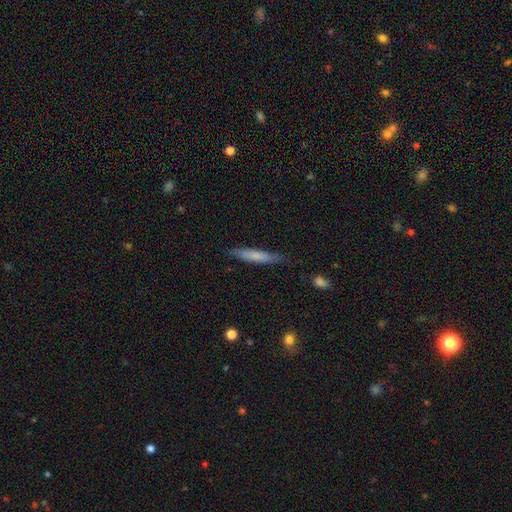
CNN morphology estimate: smooth 69%, featured or disk 25%, star or artifact 6%. Down the decision tree: how rounded — cigar-shaped (91%); merging — none (83%).